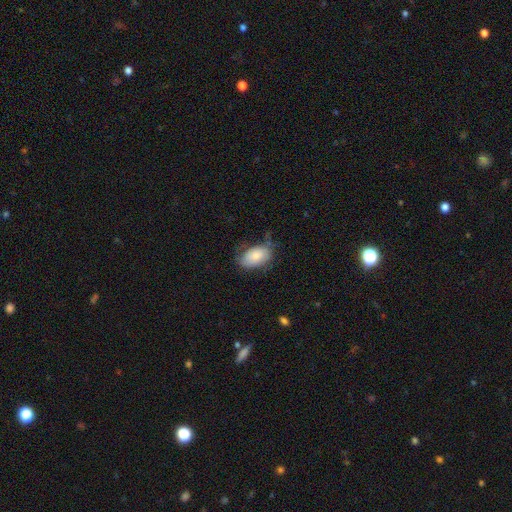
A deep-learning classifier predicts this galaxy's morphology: Smooth or featured: smooth — 75% (featured or disk — 18%)
How rounded: in between — 92% (round — 7%)
Merging: none — 49% (minor disturbance — 33%)